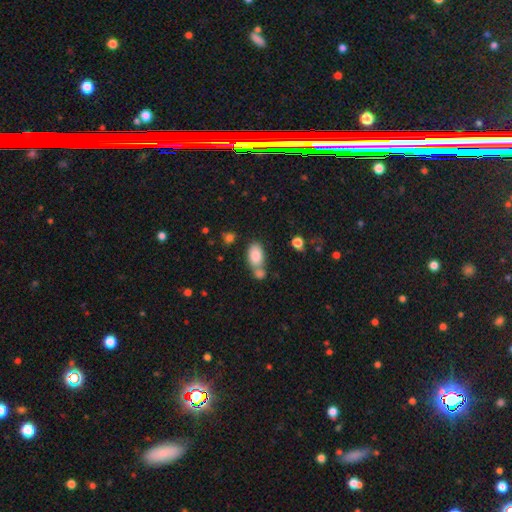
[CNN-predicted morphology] Overall: smooth (84%). How rounded: in between (91%). Merging: none (46%; merger 38%).